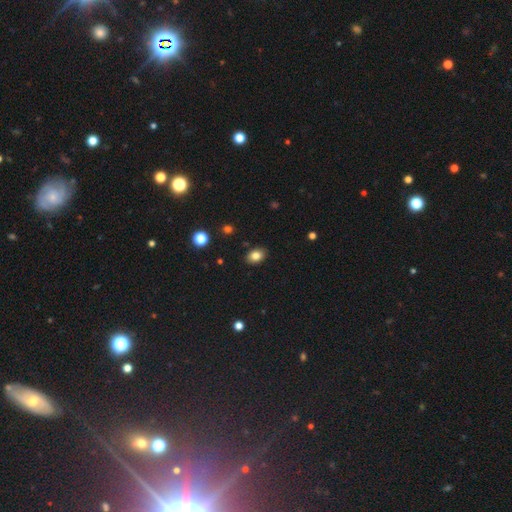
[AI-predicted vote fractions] This appears to be a smooth galaxy with no disk features (83%) that is in between round and cigar-shaped (76%). Merging: none (88%).